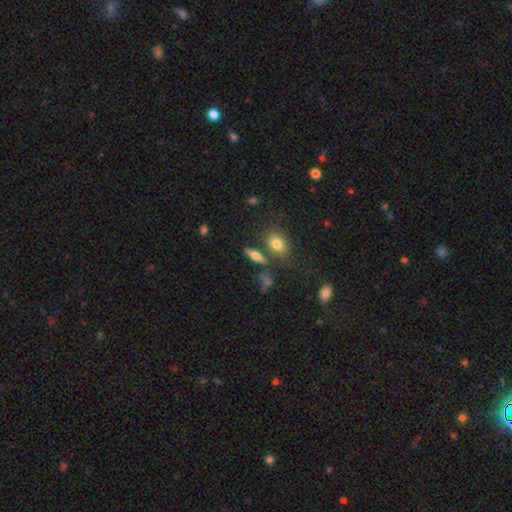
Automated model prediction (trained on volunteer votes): Smooth or featured: smooth — 58% (featured or disk — 31%)
How rounded: in between — 53% (cigar-shaped — 38%)
Merging: none — 73% (merger — 12%)